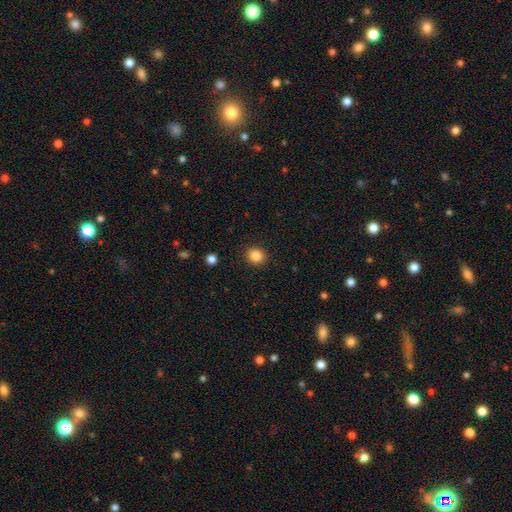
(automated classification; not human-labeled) smooth 85%, star or artifact 11%, featured or disk 4%. Down the decision tree: how rounded — round (81%); merging — none (91%).